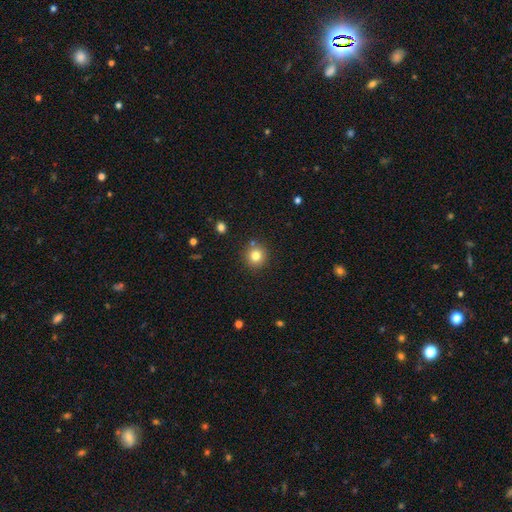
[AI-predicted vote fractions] Smooth or featured? smooth (80%)
How rounded? round (93%)
Merging? none (84%)